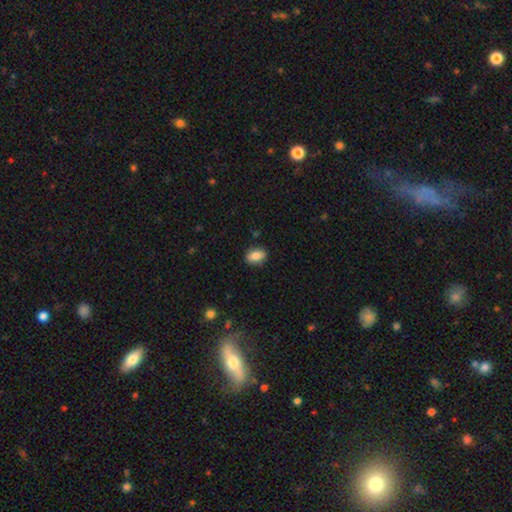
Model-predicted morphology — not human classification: A smooth galaxy with no disk features (84%) that is in between round and cigar-shaped (82%).

Vote fractions:
- Smooth or featured? smooth: 84% / star or artifact: 8% / featured or disk: 8%
- How rounded? in between: 82% / round: 16% / cigar-shaped: 2%
- Merging? none: 87% / minor disturbance: 10% / major disturbance: 2% / merger: 1%